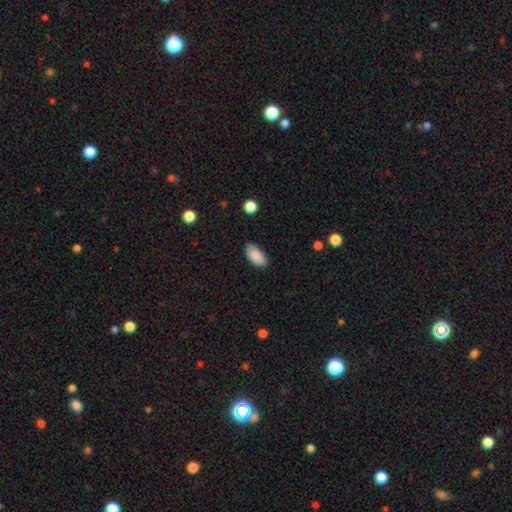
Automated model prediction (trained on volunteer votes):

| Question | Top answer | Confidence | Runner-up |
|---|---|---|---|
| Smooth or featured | smooth | 89% | star or artifact (7%) |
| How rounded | in between | 93% | cigar-shaped (5%) |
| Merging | none | 85% | minor disturbance (12%) |